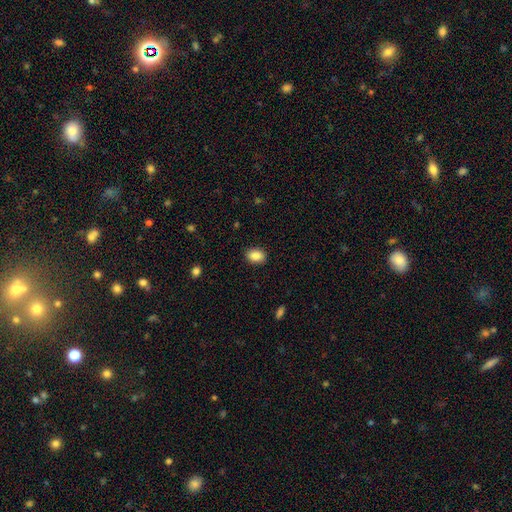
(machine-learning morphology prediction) This is clearly a smooth galaxy (88%). How rounded: likely in between (79%). Merging: clearly none (89%).